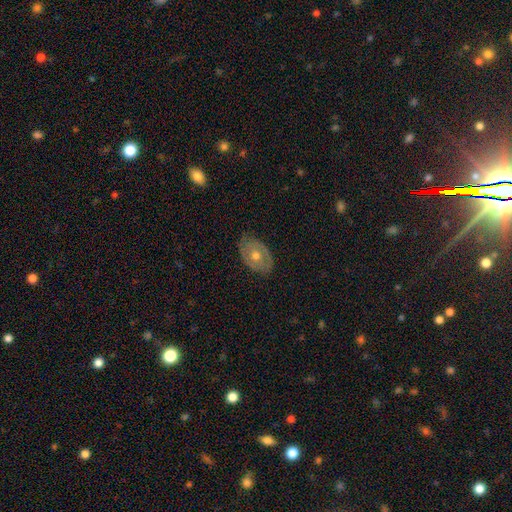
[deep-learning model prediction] Morphology: type=featured or disk (57%); edge-on=no (92%); bar=no (87%); spiral arms=no (67%); bulge=moderate (75%); merging=none (78%).